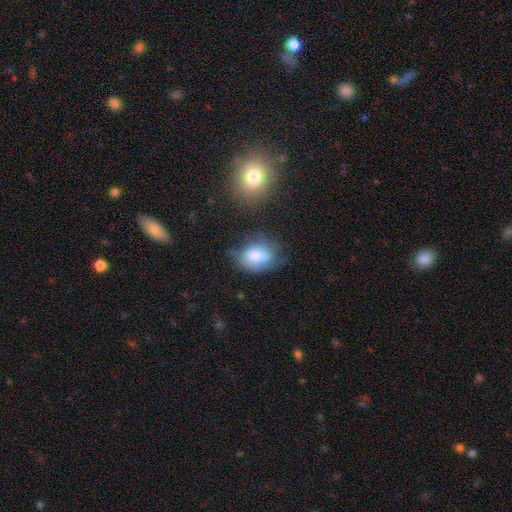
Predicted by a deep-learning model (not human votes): smooth 61%, featured or disk 30%, star or artifact 9%. Down the decision tree: how rounded — in between (71%); merging — none (42%).